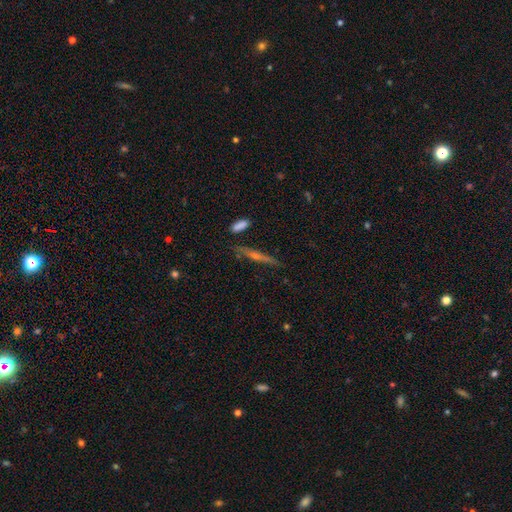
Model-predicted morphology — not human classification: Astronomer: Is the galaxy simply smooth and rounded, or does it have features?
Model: featured or disk — 68%.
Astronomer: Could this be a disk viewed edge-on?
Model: yes — 95%.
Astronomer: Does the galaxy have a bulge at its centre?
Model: rounded — 81%.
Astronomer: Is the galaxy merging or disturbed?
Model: none — 84%.